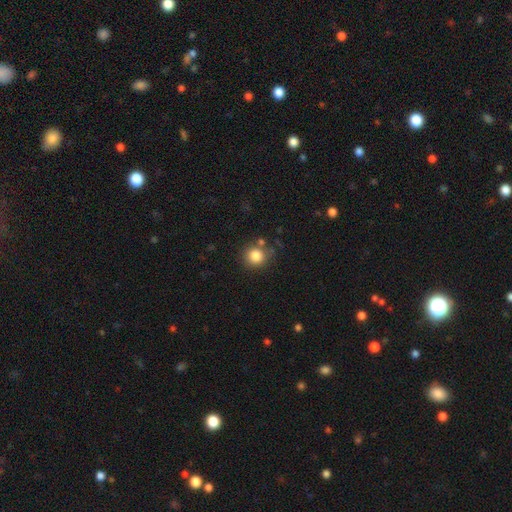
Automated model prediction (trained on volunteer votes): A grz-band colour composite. It shows a smooth galaxy with no disk features (83%) that is round (90%). Merging: none (75%).